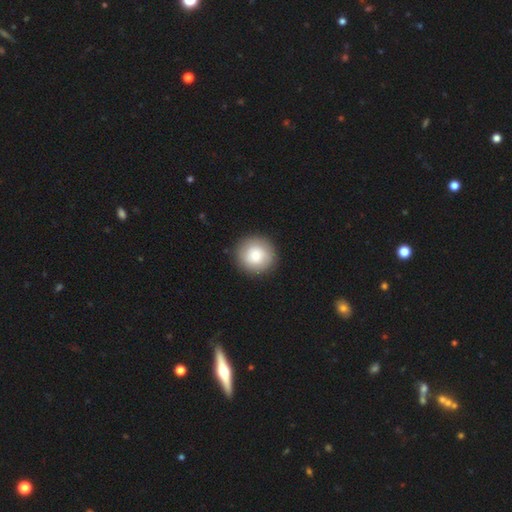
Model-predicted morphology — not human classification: Smooth or featured: smooth — 78% (featured or disk — 15%)
How rounded: round — 95% (in between — 4%)
Merging: none — 91% (minor disturbance — 6%)